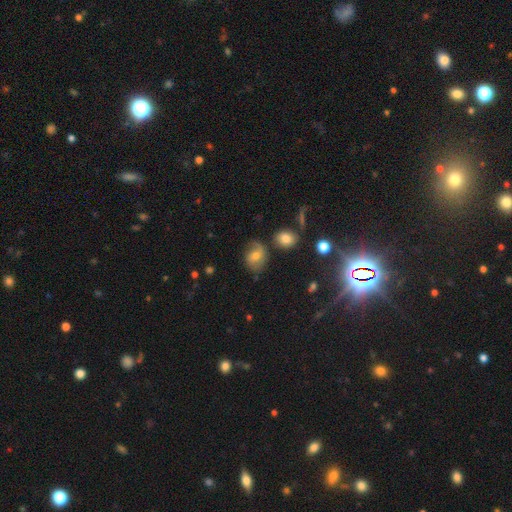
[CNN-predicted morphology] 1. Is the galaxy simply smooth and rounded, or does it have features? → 44% smooth, 42% featured or disk, 14% star or artifact.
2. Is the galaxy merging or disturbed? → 62% none, 23% minor disturbance, 11% major disturbance, 5% merger.